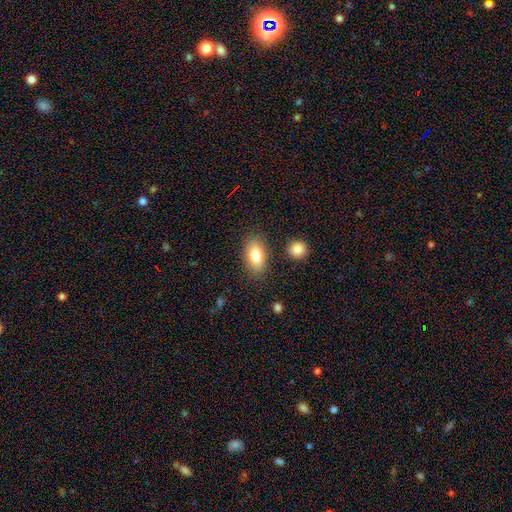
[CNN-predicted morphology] Smooth or featured? Predicted: smooth (p=0.81). How rounded? Predicted: in between (p=0.90). Merging? Predicted: none (p=0.83).